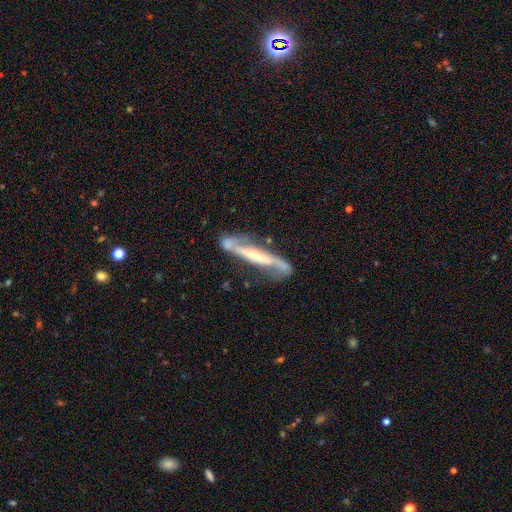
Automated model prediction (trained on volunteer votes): This is likely a featured or disk galaxy (77%). It is possibly not viewed edge-on (51%). Merging: possibly none (51%).